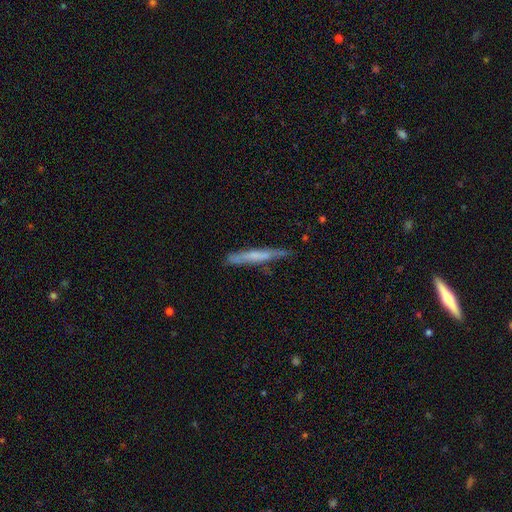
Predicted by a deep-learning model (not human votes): This appears to be a smooth galaxy with no disk features (48%). Merging: none (74%).